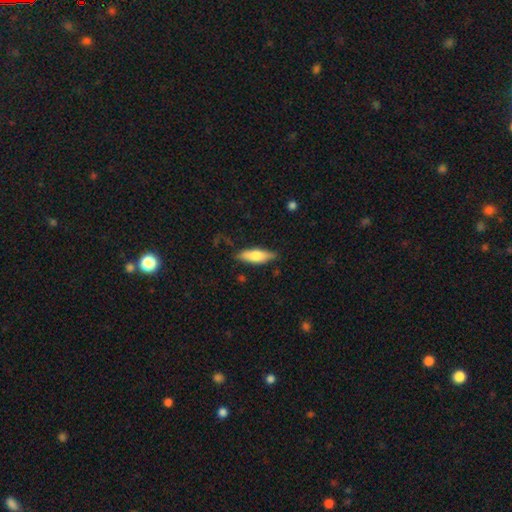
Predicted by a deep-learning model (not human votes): Smooth or featured: smooth — 60% (featured or disk — 34%)
How rounded: in between — 56% (cigar-shaped — 42%)
Merging: none — 80% (minor disturbance — 15%)